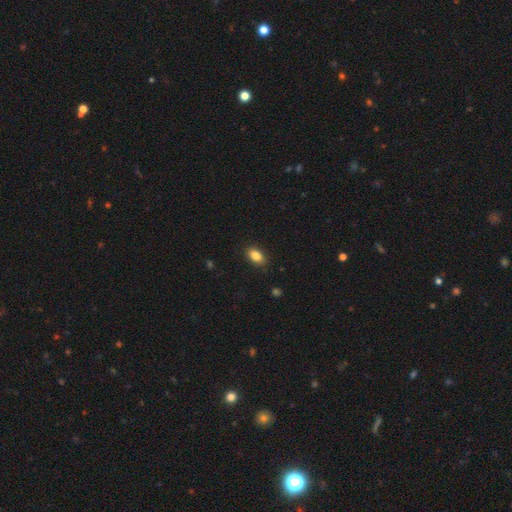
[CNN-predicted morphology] A smooth galaxy with no disk features (86%) that is in between round and cigar-shaped (88%).

Vote fractions:
- Smooth or featured? smooth: 86% / star or artifact: 8% / featured or disk: 5%
- How rounded? in between: 88% / round: 10% / cigar-shaped: 3%
- Merging? none: 87% / minor disturbance: 10% / major disturbance: 2% / merger: 1%